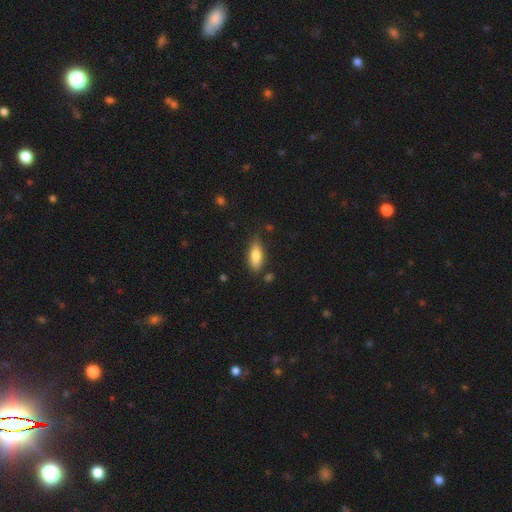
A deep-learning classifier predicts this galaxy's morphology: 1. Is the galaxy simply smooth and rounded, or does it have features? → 78% smooth, 15% featured or disk, 7% star or artifact.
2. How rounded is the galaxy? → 77% in between, 21% cigar-shaped, 3% round.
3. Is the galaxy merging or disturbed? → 76% none, 18% minor disturbance, 3% major disturbance, 3% merger.